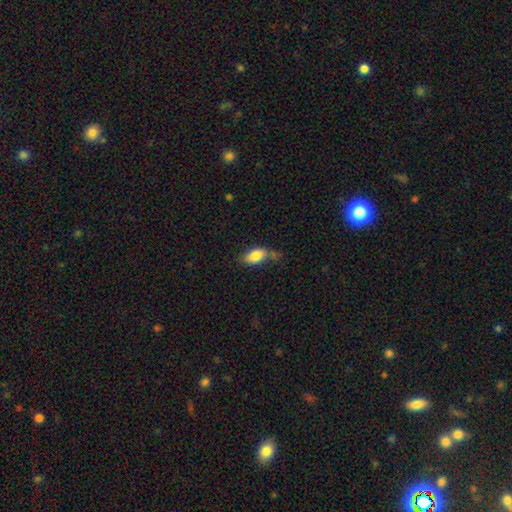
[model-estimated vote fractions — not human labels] smooth 82%, featured or disk 11%, star or artifact 7%. Down the decision tree: how rounded — in between (89%); merging — none (56%).